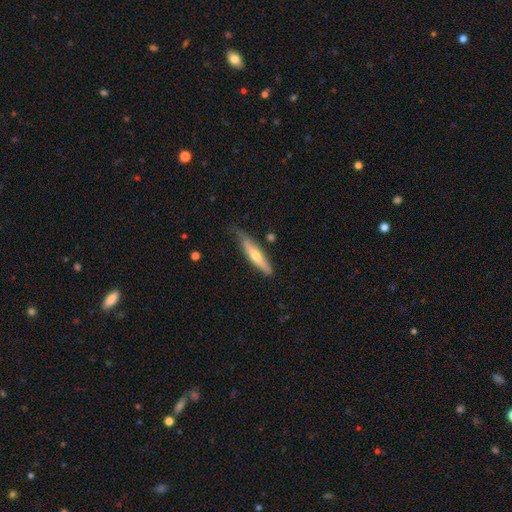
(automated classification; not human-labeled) Smooth or featured? Predicted: featured or disk (p=0.51). Edge-on disk? Predicted: yes (p=0.86). Merging? Predicted: none (p=0.65).